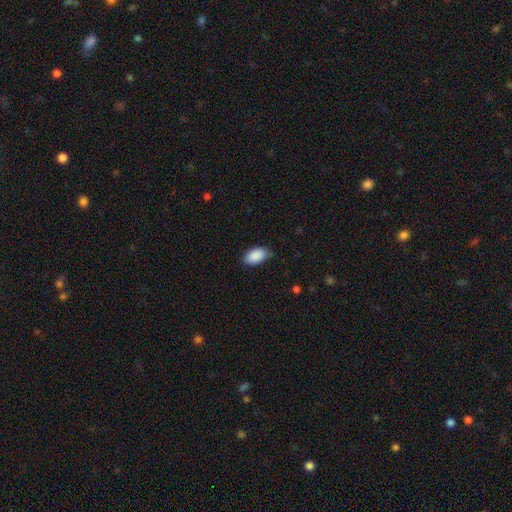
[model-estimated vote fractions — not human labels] A smooth galaxy with no disk features (91%) that is in between round and cigar-shaped (95%). Merging: none (81%).